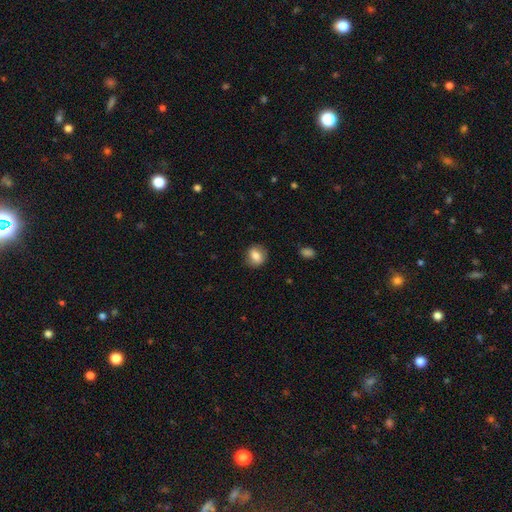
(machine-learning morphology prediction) This appears to be a smooth galaxy with no disk features (80%) that is round (66%). Merging: none (83%).